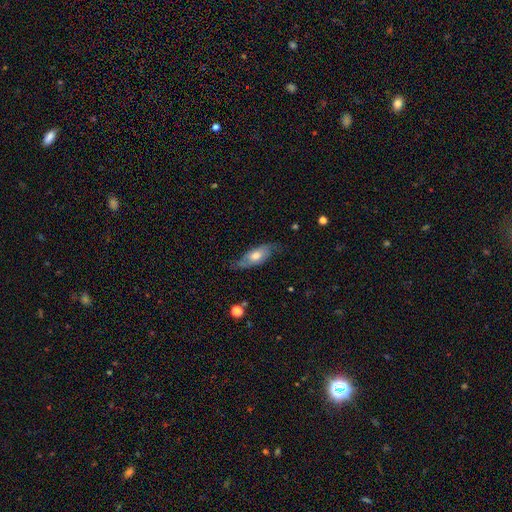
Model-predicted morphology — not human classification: A smooth galaxy with no disk features (50%).

Vote fractions:
- Smooth or featured? smooth: 50% / featured or disk: 44% / star or artifact: 6%
- Merging? none: 65% / minor disturbance: 25% / major disturbance: 8% / merger: 2%